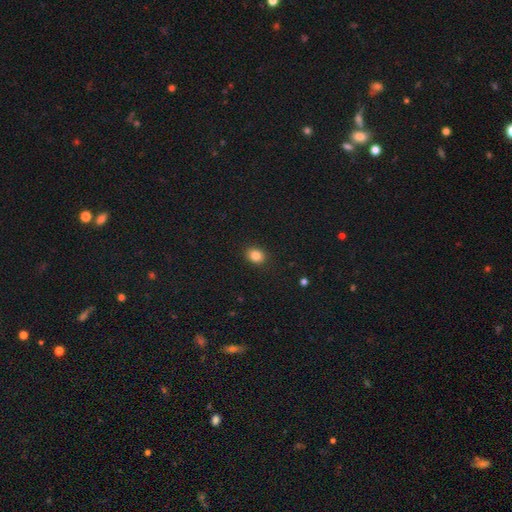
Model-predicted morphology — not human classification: A smooth galaxy with no disk features (84%) that is round (51%).

Vote fractions:
- Smooth or featured? smooth: 84% / star or artifact: 10% / featured or disk: 5%
- How rounded? round: 51% / in between: 49% / cigar-shaped: 1%
- Merging? none: 90% / minor disturbance: 7% / major disturbance: 2% / merger: 1%